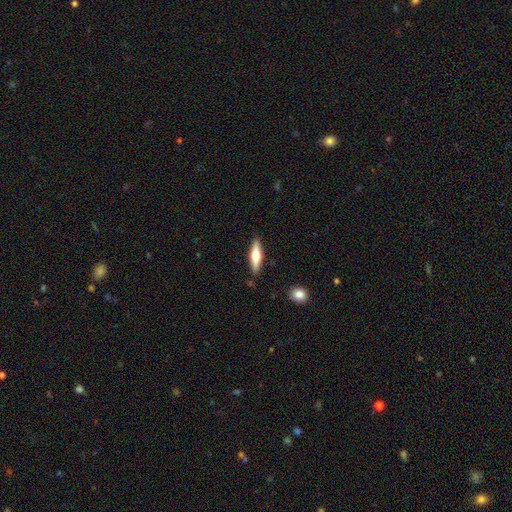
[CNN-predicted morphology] Q: Smooth or featured?
A: smooth (54%); runner-up: featured or disk (41%)
Q: How rounded?
A: cigar-shaped (70%); runner-up: in between (28%)
Q: Merging?
A: none (88%); runner-up: minor disturbance (9%)